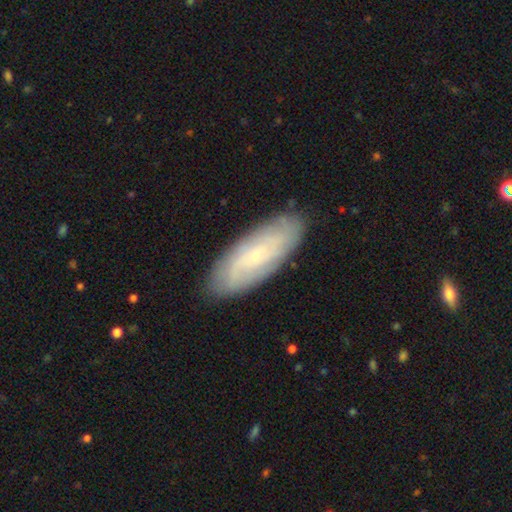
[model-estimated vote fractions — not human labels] Morphology: type=featured or disk (57%); edge-on=no (85%); merging=none (85%).